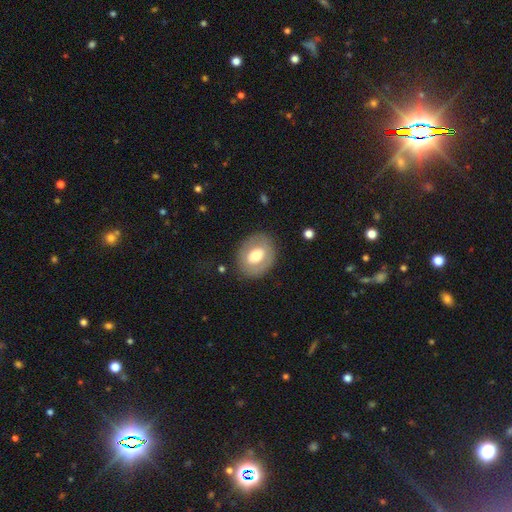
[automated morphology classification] Q: Smooth or featured?
A: smooth (56%); runner-up: featured or disk (37%)
Q: How rounded?
A: in between (57%); runner-up: round (42%)
Q: Merging?
A: none (81%); runner-up: minor disturbance (12%)